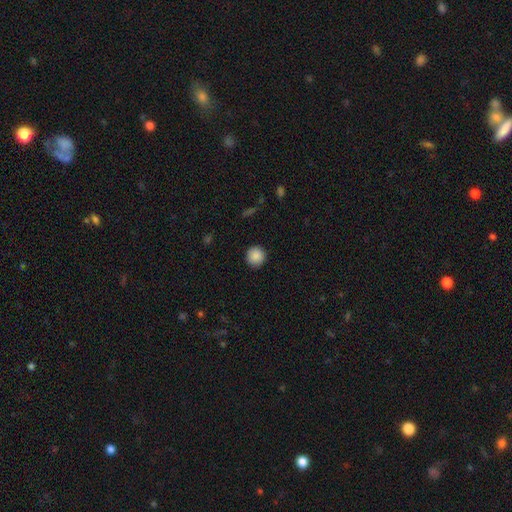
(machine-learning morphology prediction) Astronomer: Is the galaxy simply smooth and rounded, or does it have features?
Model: smooth — 89%.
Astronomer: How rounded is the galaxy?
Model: round — 94%.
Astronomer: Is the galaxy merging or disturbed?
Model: none — 91%.